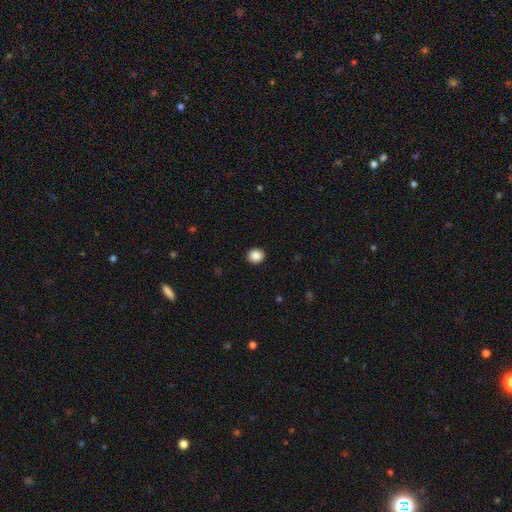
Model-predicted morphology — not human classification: Smooth or featured? smooth (88%)
How rounded? round (77%)
Merging? none (92%)